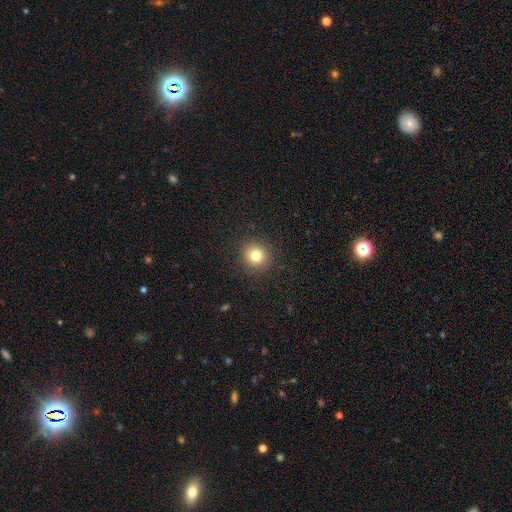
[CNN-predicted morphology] Overall: smooth (80%). How rounded: round (92%). Merging: none (91%).